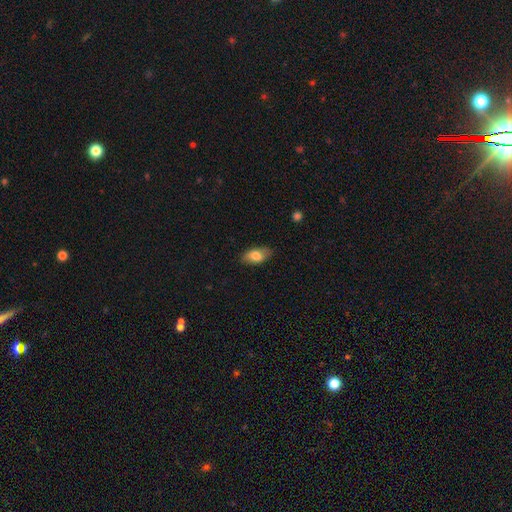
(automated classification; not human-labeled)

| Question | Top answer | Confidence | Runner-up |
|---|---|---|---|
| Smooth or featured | smooth | 77% | featured or disk (16%) |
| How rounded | in between | 89% | cigar-shaped (6%) |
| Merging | none | 78% | minor disturbance (17%) |